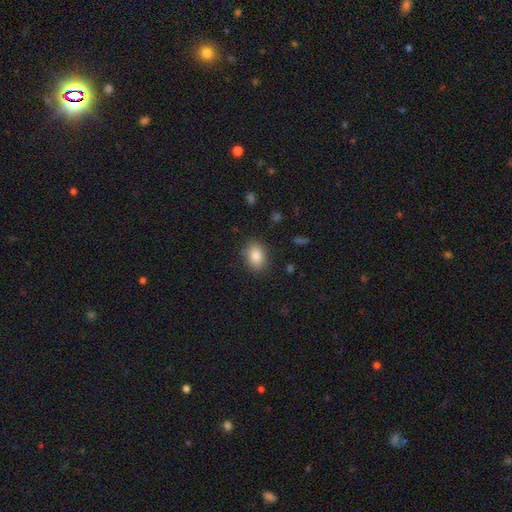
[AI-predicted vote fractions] Overall: smooth (85%). How rounded: in between (78%). Merging: none (85%).